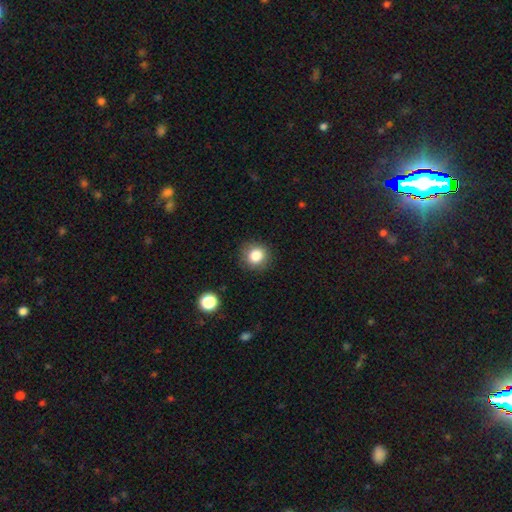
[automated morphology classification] Smooth or featured? smooth (83%)
How rounded? round (87%)
Merging? none (89%)